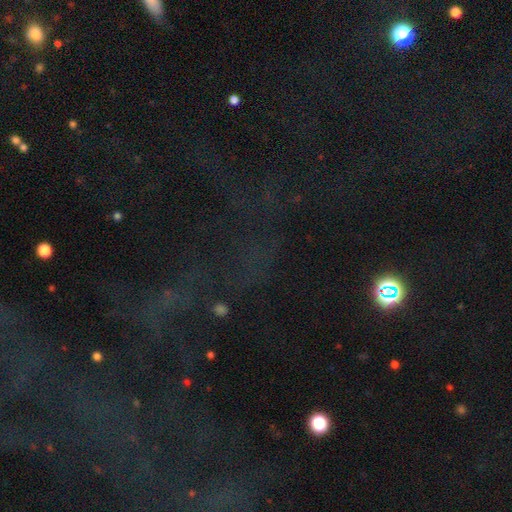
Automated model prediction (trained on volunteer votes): Morphology: type=star or artifact (71%).